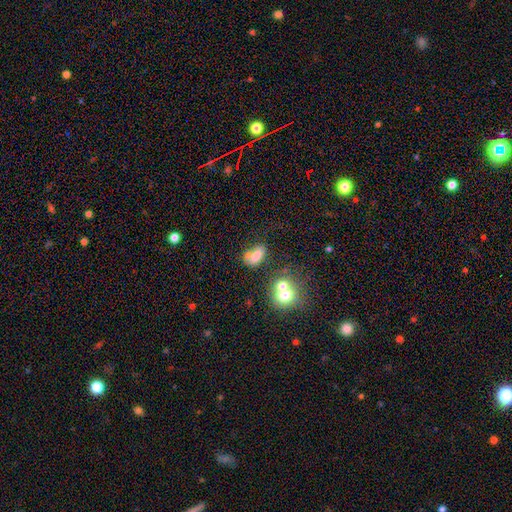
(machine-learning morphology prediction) A smooth galaxy with no disk features (67%) that is in between round and cigar-shaped (81%). Merging: none (34%).